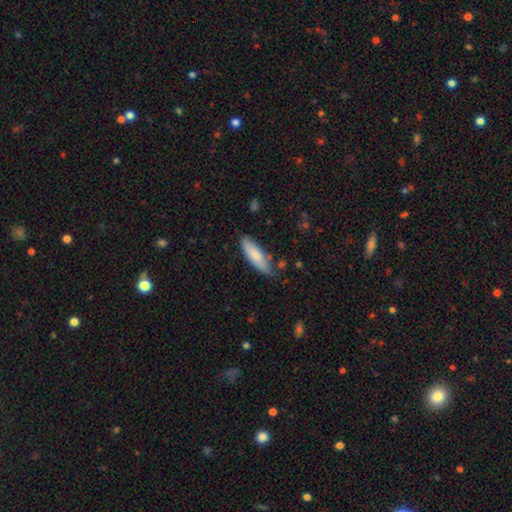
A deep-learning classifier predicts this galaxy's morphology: smooth_or_featured: smooth (p=0.79) [alt: featured or disk p=0.15]
how_rounded: cigar-shaped (p=0.51) [alt: in between p=0.47]
merging: none (p=0.73) [alt: minor disturbance p=0.20]